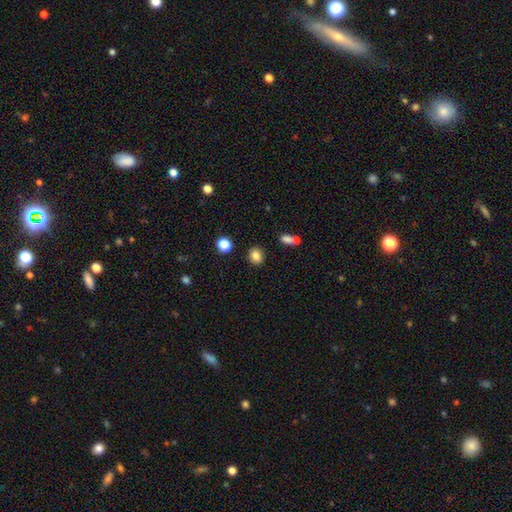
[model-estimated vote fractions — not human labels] Smooth or featured?
  - smooth: 83% *
  - star or artifact: 11%
  - featured or disk: 5%
How rounded?
  - round: 63% *
  - in between: 36%
  - cigar-shaped: 1%
Merging?
  - none: 85% *
  - minor disturbance: 8%
  - merger: 4%
  - major disturbance: 3%